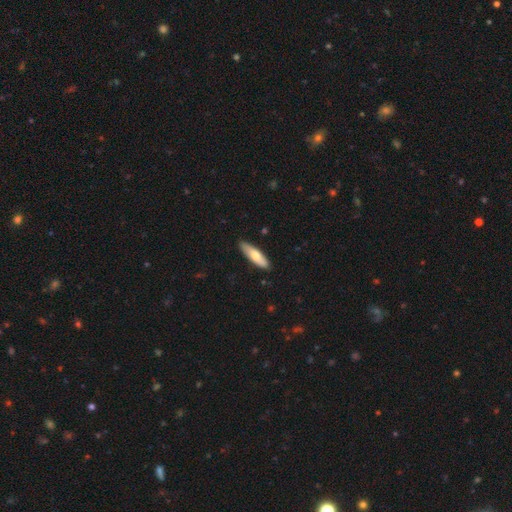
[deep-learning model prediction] Smooth or featured?
  - smooth: 68% *
  - featured or disk: 27%
  - star or artifact: 5%
How rounded?
  - cigar-shaped: 61% *
  - in between: 37%
  - round: 2%
Merging?
  - none: 88% *
  - minor disturbance: 10%
  - major disturbance: 2%
  - merger: 1%